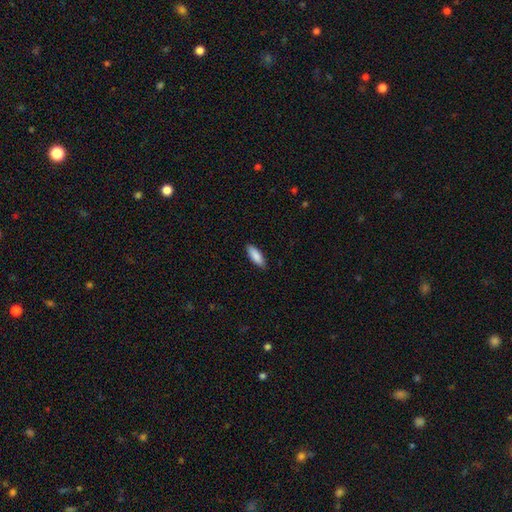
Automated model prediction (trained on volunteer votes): Q: Smooth or featured?
A: smooth (89%); runner-up: featured or disk (6%)
Q: How rounded?
A: in between (66%); runner-up: cigar-shaped (32%)
Q: Merging?
A: none (88%); runner-up: minor disturbance (9%)